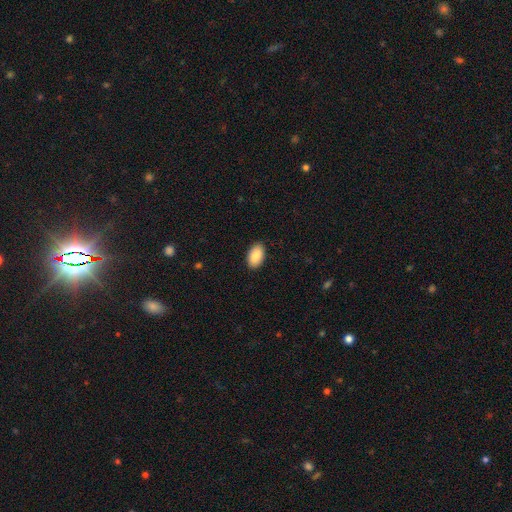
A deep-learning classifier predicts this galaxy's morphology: A smooth galaxy with no disk features (89%) that is in between round and cigar-shaped (94%). Merging: none (90%).